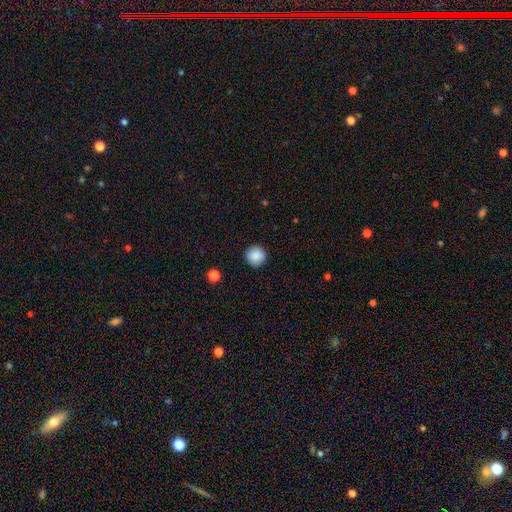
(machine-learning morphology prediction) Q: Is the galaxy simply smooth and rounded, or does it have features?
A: smooth — 88%.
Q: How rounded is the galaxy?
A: round — 94%.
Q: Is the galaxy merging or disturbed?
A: none — 91%.